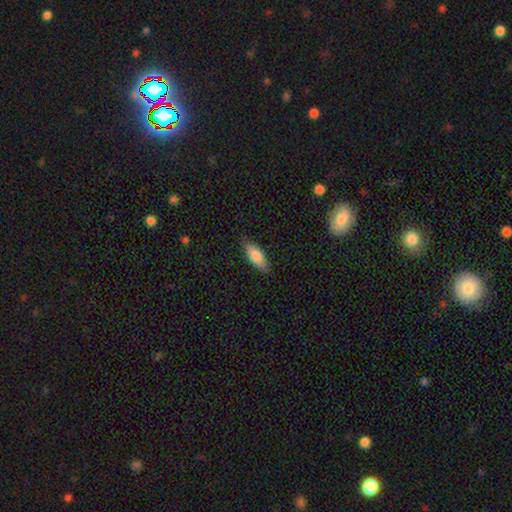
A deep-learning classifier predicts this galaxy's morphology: This appears to be a smooth galaxy with no disk features (83%) that is in between round and cigar-shaped (75%). Merging: none (84%).